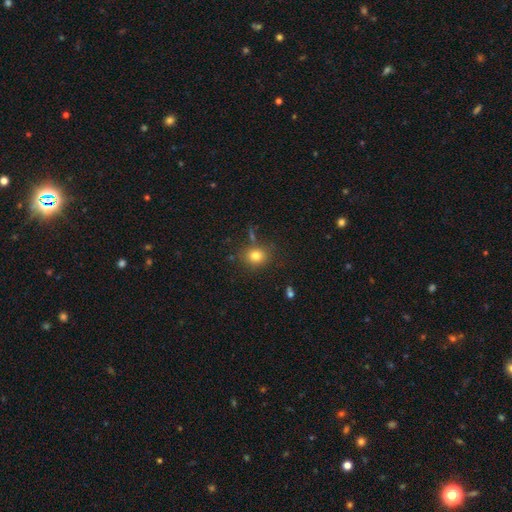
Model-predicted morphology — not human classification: Overall: smooth (80%). How rounded: round (69%; in between 30%). Merging: none (78%).